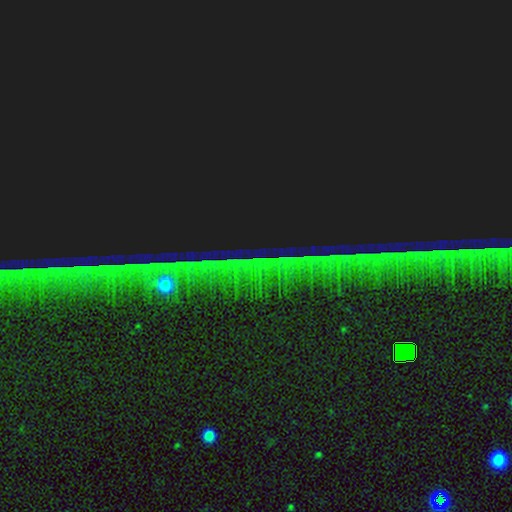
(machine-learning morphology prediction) smooth_or_featured: star or artifact (p=0.85) [alt: featured or disk p=0.08]